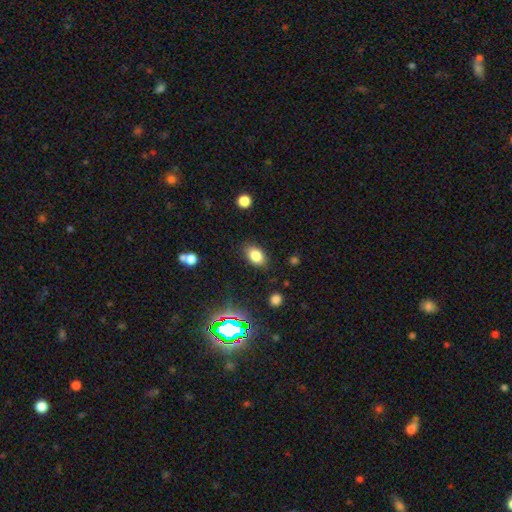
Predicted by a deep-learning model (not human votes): Smooth or featured?
  - smooth: 81% *
  - star or artifact: 11%
  - featured or disk: 8%
How rounded?
  - in between: 83% *
  - round: 15%
  - cigar-shaped: 2%
Merging?
  - none: 84% *
  - minor disturbance: 11%
  - major disturbance: 3%
  - merger: 2%